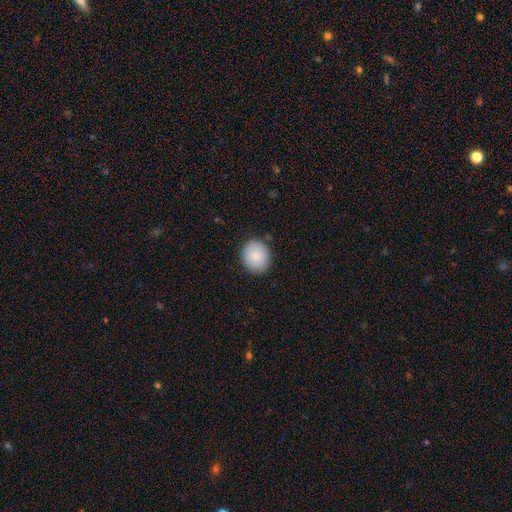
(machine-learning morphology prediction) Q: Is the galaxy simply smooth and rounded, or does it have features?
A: smooth — 86%.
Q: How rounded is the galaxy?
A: round — 71%.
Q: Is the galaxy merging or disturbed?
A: none — 87%.